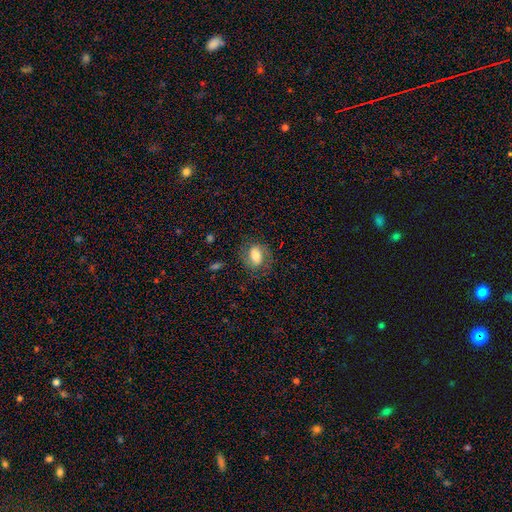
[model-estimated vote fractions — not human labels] Q: Smooth or featured?
A: smooth (61%); runner-up: featured or disk (31%)
Q: How rounded?
A: in between (72%); runner-up: round (26%)
Q: Merging?
A: none (71%); runner-up: minor disturbance (18%)